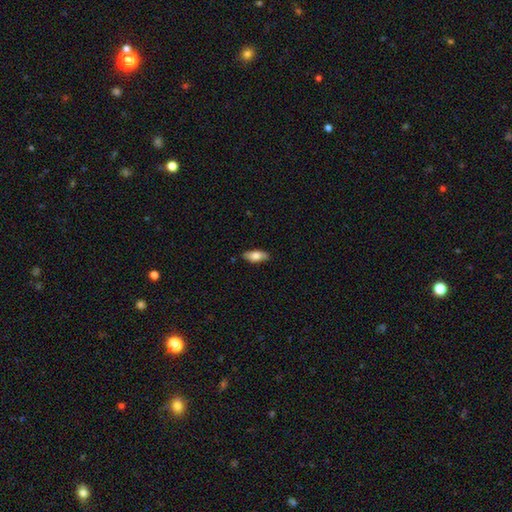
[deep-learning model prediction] Smooth or featured: smooth — 77% (featured or disk — 17%)
How rounded: in between — 81% (cigar-shaped — 17%)
Merging: none — 87% (minor disturbance — 10%)